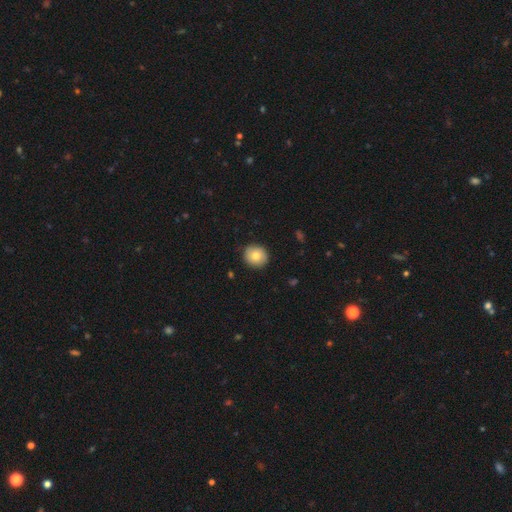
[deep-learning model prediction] smooth_or_featured: smooth (p=0.80) [alt: featured or disk p=0.11]
how_rounded: round (p=0.88) [alt: in between p=0.11]
merging: none (p=0.89) [alt: minor disturbance p=0.08]